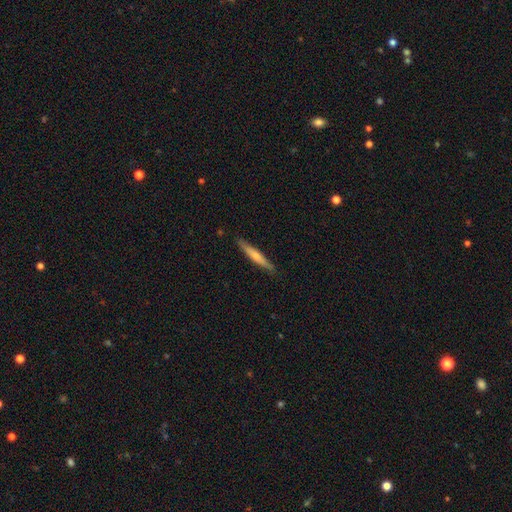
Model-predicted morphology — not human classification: Smooth or featured?
  - smooth: 56% *
  - featured or disk: 38%
  - star or artifact: 5%
How rounded?
  - cigar-shaped: 93% *
  - in between: 6%
  - round: 1%
Merging?
  - none: 88% *
  - minor disturbance: 9%
  - major disturbance: 2%
  - merger: 1%